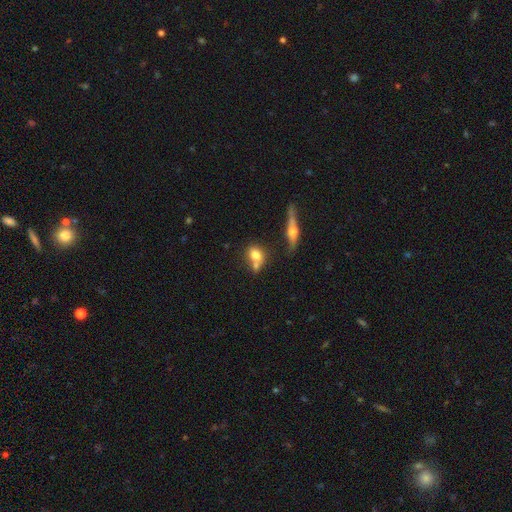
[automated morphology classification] A smooth galaxy with no disk features (73%) that is in between round and cigar-shaped (56%).

Vote fractions:
- Smooth or featured? smooth: 73% / featured or disk: 18% / star or artifact: 9%
- How rounded? in between: 56% / round: 40% / cigar-shaped: 4%
- Merging? none: 42% / merger: 40% / minor disturbance: 13% / major disturbance: 5%